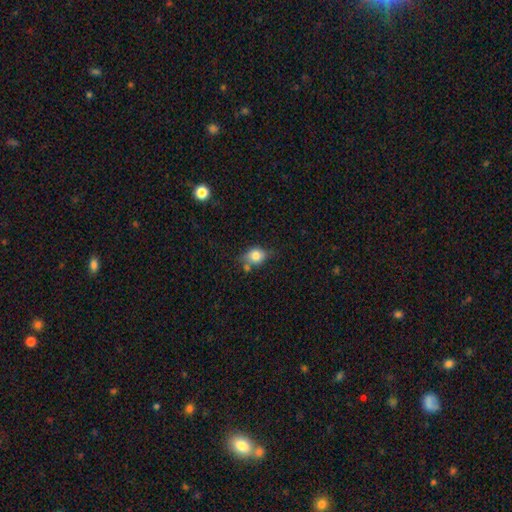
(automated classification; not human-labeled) Smooth or featured: smooth — 78% (featured or disk — 13%)
How rounded: round — 52% (in between — 46%)
Merging: none — 56% (minor disturbance — 24%)